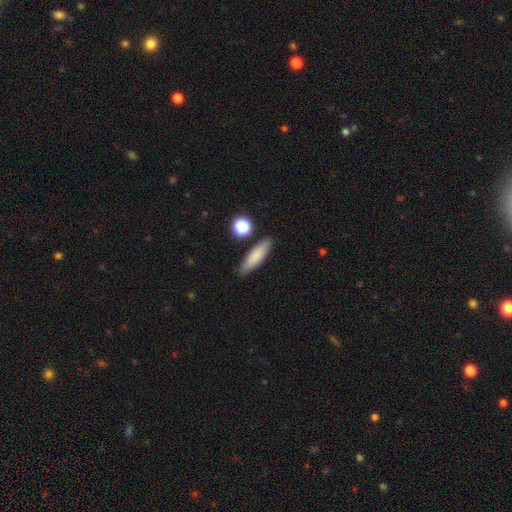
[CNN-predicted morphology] Smooth or featured?
  - smooth: 81% *
  - featured or disk: 11%
  - star or artifact: 8%
How rounded?
  - cigar-shaped: 61% *
  - in between: 36%
  - round: 3%
Merging?
  - none: 85% *
  - minor disturbance: 10%
  - merger: 3%
  - major disturbance: 2%